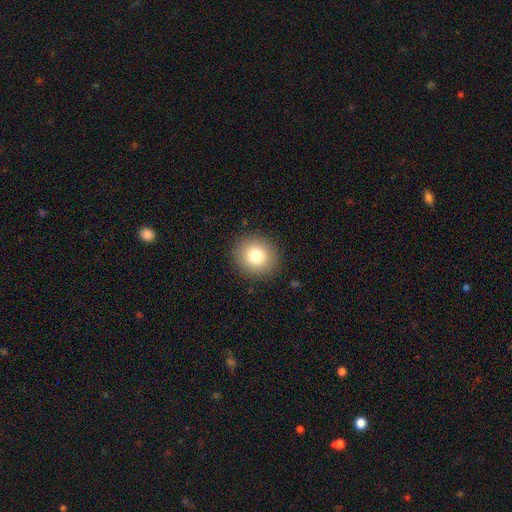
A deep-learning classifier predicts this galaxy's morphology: smooth_or_featured: smooth (p=0.79) [alt: star or artifact p=0.11]
how_rounded: round (p=0.86) [alt: in between p=0.13]
merging: none (p=0.91) [alt: minor disturbance p=0.06]